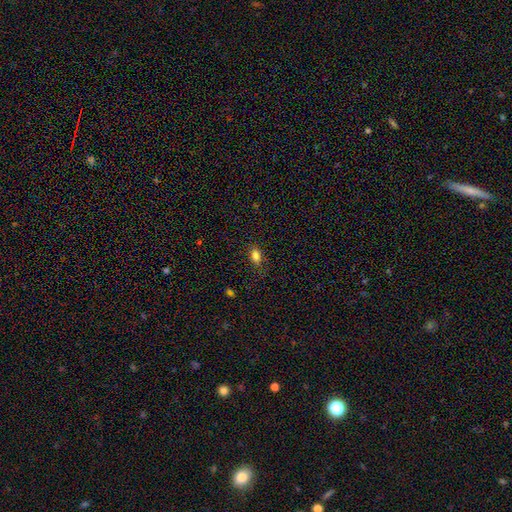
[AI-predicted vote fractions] A smooth galaxy with no disk features (83%) that is in between round and cigar-shaped (86%).

Vote fractions:
- Smooth or featured? smooth: 83% / star or artifact: 11% / featured or disk: 6%
- How rounded? in between: 86% / round: 10% / cigar-shaped: 4%
- Merging? none: 79% / minor disturbance: 15% / major disturbance: 4% / merger: 1%